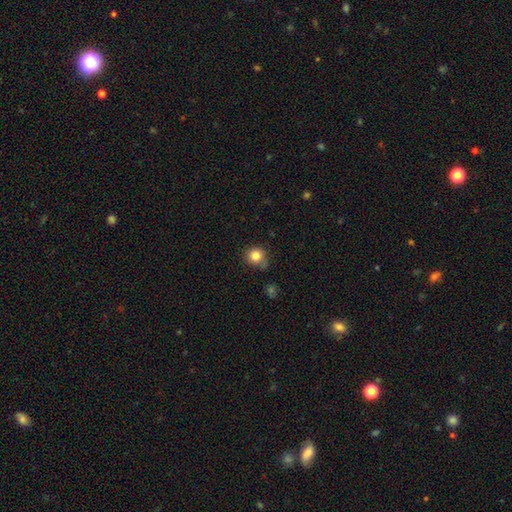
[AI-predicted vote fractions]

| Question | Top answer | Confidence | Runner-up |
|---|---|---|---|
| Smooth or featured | smooth | 83% | star or artifact (11%) |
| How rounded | round | 88% | in between (11%) |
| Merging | none | 71% | minor disturbance (21%) |